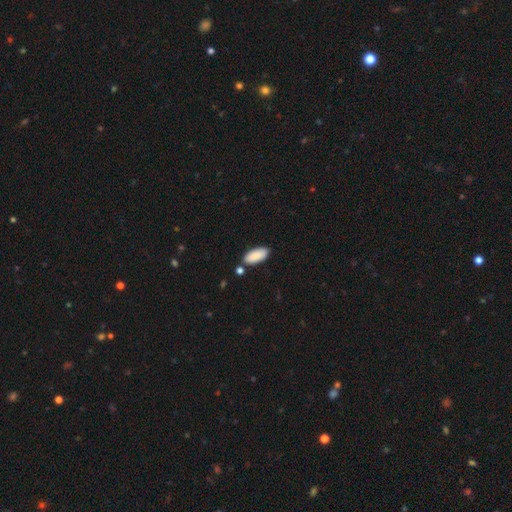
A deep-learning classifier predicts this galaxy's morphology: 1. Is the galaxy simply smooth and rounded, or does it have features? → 90% smooth, 6% star or artifact, 5% featured or disk.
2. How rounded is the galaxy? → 87% in between, 11% cigar-shaped, 2% round.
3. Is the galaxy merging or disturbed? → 81% none, 11% minor disturbance, 6% merger, 2% major disturbance.